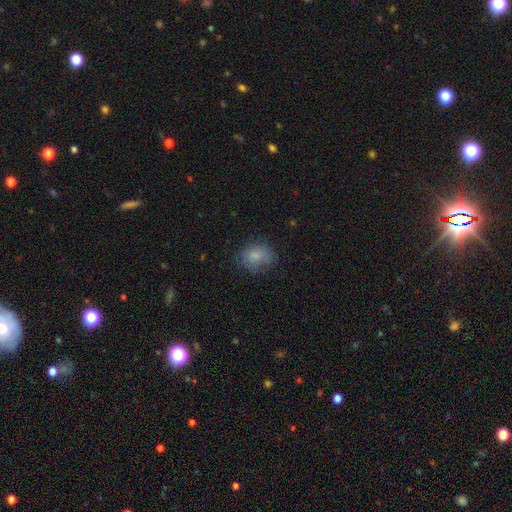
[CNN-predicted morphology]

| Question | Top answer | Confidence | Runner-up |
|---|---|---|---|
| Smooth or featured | smooth | 80% | featured or disk (11%) |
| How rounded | in between | 58% | round (41%) |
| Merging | none | 69% | minor disturbance (22%) |